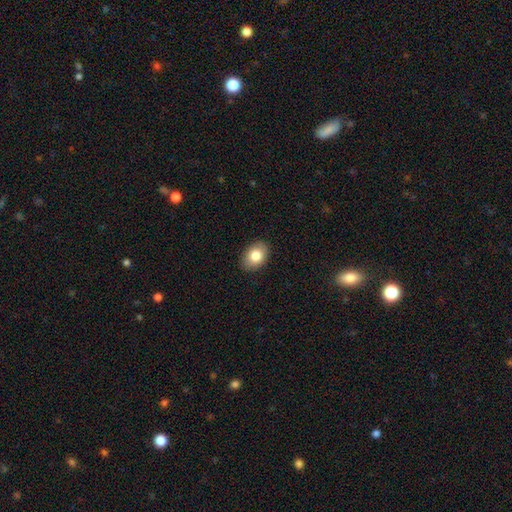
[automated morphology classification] Smooth or featured?
  - smooth: 82% *
  - featured or disk: 10%
  - star or artifact: 8%
How rounded?
  - in between: 78% *
  - round: 21%
  - cigar-shaped: 1%
Merging?
  - none: 89% *
  - minor disturbance: 8%
  - major disturbance: 2%
  - merger: 1%